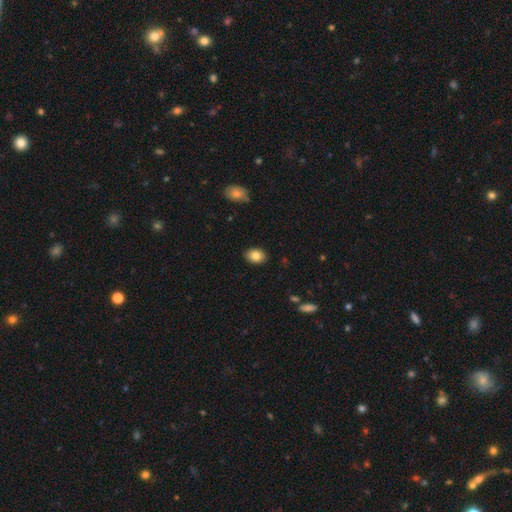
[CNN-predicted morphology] The model was most divided on "how rounded": in between: 72%, round: 27%, cigar-shaped: 1%. More confident: merging — none (88%); smooth or featured — smooth (83%).